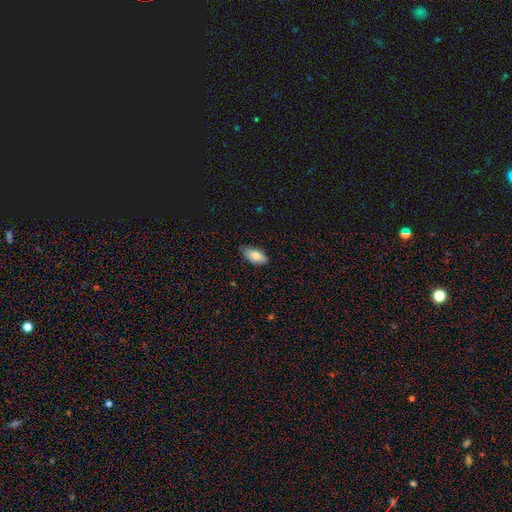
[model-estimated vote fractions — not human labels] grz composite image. It shows a smooth galaxy with no disk features (80%) that is in between round and cigar-shaped (92%). Merging: none (70%).